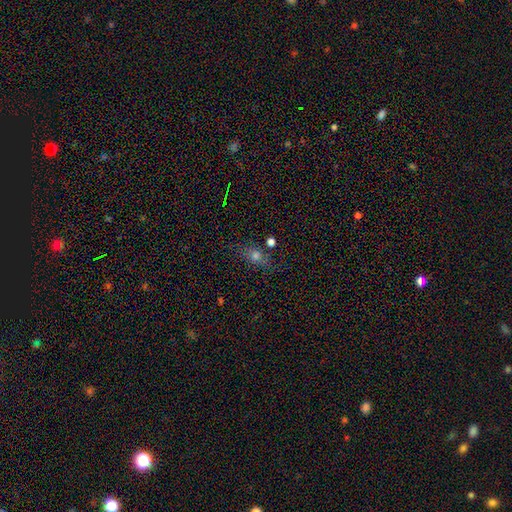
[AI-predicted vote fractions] A smooth galaxy with no disk features (53%) that is in between round and cigar-shaped (57%).

Vote fractions:
- Smooth or featured? smooth: 53% / star or artifact: 24% / featured or disk: 23%
- How rounded? in between: 57% / round: 29% / cigar-shaped: 14%
- Merging? none: 72% / minor disturbance: 16% / major disturbance: 6% / merger: 6%